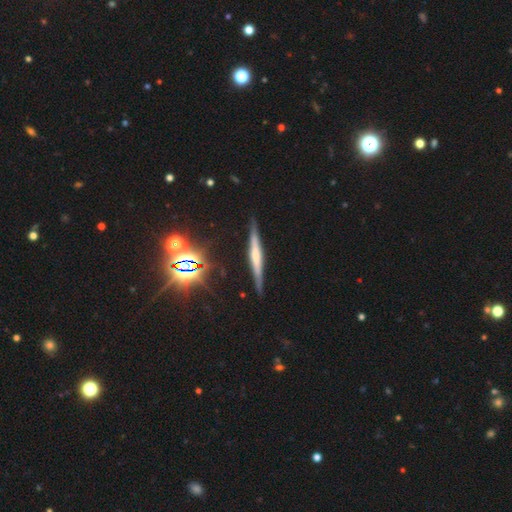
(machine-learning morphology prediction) type=featured or disk (57%); edge-on=yes (96%); edge-on bulge=none (38%); merging=none (86%).